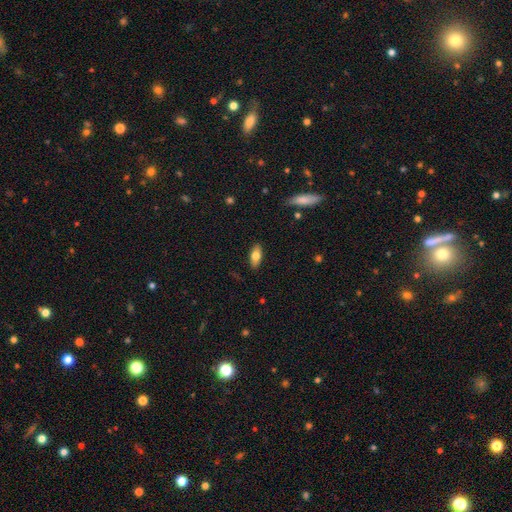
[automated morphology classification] smooth 68%, featured or disk 25%, star or artifact 7%. Down the decision tree: how rounded — in between (78%); merging — none (88%).